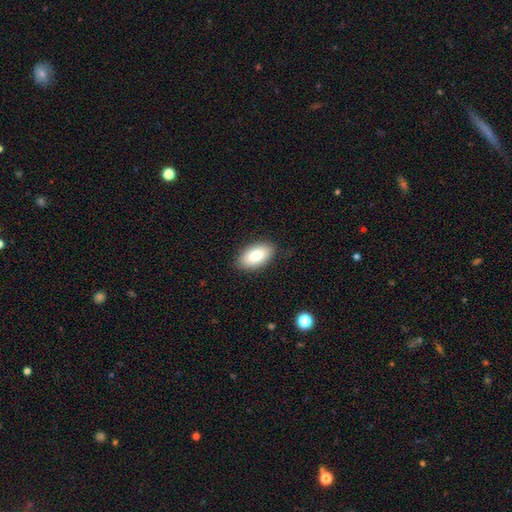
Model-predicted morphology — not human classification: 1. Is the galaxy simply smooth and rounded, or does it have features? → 81% smooth, 12% featured or disk, 7% star or artifact.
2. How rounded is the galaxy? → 94% in between, 3% round, 2% cigar-shaped.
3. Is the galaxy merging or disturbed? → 87% none, 10% minor disturbance, 2% major disturbance, 1% merger.